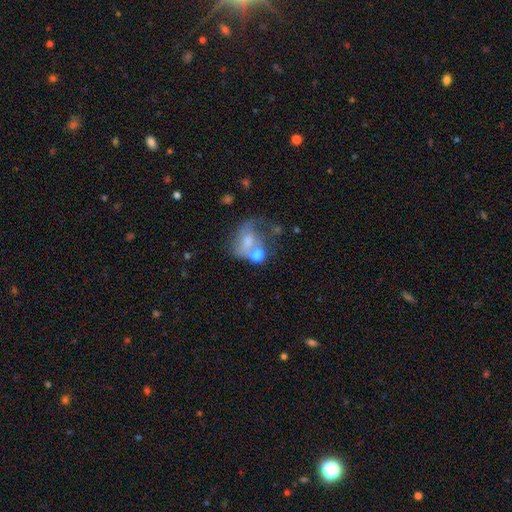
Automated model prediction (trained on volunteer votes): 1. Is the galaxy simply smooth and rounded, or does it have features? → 52% smooth, 37% featured or disk, 11% star or artifact.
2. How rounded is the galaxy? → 55% in between, 43% round, 1% cigar-shaped.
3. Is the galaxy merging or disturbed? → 42% merger, 24% major disturbance, 20% none, 13% minor disturbance.